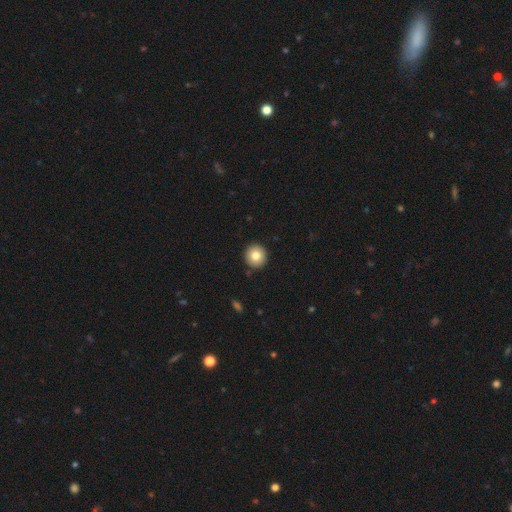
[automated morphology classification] Smooth or featured?
  - smooth: 80% *
  - featured or disk: 11%
  - star or artifact: 9%
How rounded?
  - round: 95% *
  - in between: 4%
  - cigar-shaped: 1%
Merging?
  - none: 92% *
  - minor disturbance: 5%
  - major disturbance: 2%
  - merger: 1%